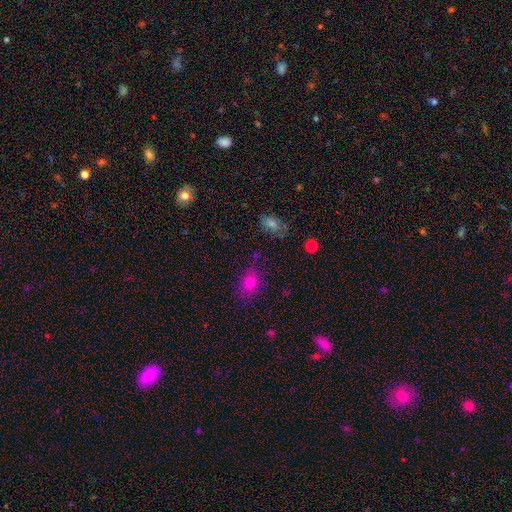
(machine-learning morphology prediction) Smooth or featured? smooth (75%)
How rounded? in between (61%)
Merging? none (75%)